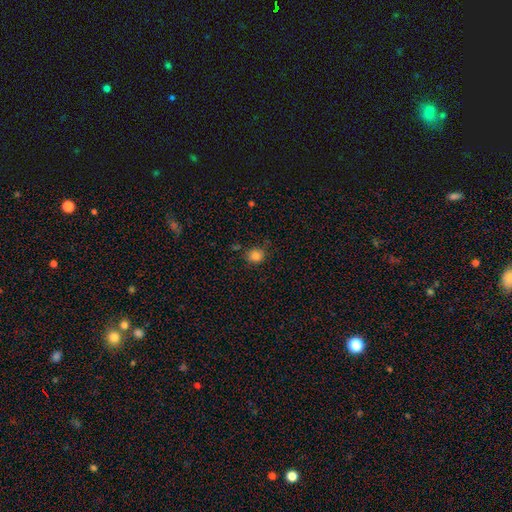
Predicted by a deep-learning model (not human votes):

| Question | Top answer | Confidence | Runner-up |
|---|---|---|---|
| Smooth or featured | smooth | 83% | star or artifact (12%) |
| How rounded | round | 81% | in between (18%) |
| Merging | none | 81% | minor disturbance (13%) |